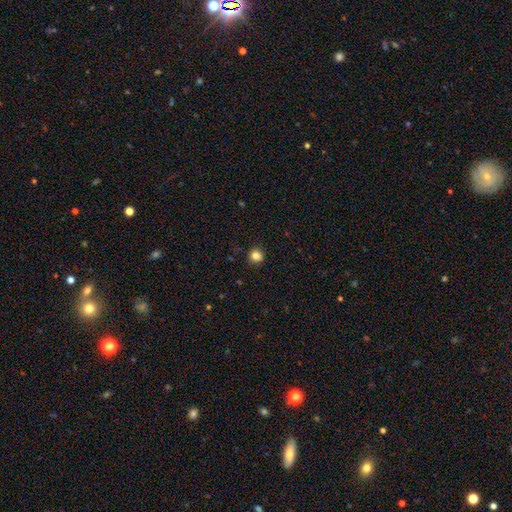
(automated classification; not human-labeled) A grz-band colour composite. It shows a smooth galaxy with no disk features (84%) that is round (90%). Merging: none (89%).